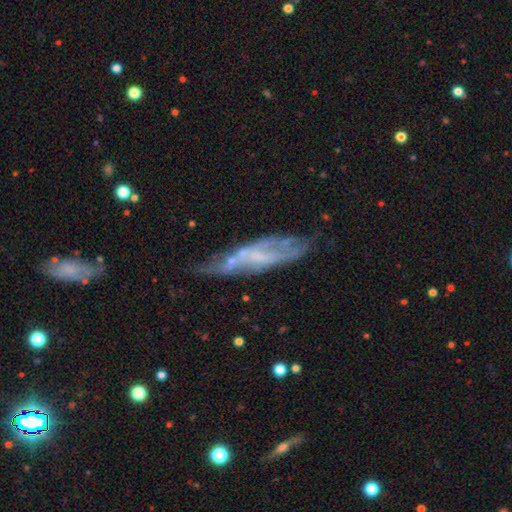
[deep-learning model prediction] Smooth or featured: featured or disk — 65% (smooth — 27%)
Edge-on disk: no — 63% (yes — 37%)
Merging: none — 50% (minor disturbance — 26%)